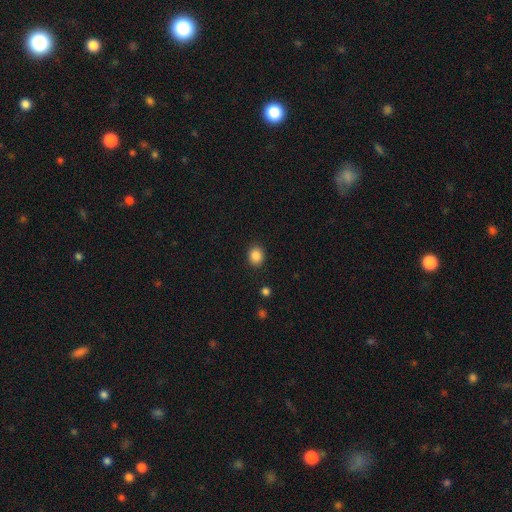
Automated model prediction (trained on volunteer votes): A smooth galaxy with no disk features (86%) that is round (64%). Merging: none (89%).